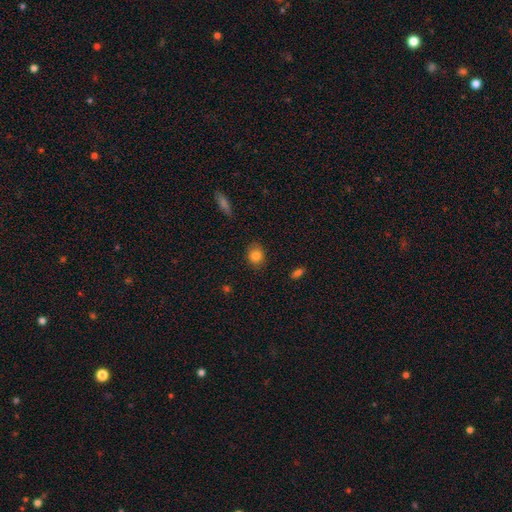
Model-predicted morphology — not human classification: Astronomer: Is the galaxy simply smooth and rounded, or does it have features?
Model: smooth — 83%.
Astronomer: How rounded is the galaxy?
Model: round — 67%.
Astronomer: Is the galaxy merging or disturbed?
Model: none — 84%.